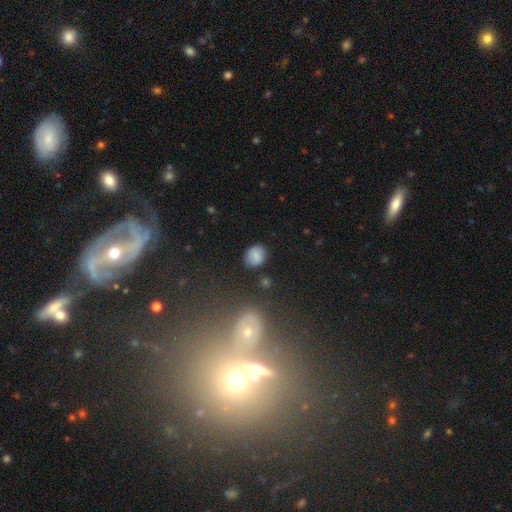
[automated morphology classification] smooth 81%, star or artifact 10%, featured or disk 9%. Down the decision tree: how rounded — round (54%); merging — none (83%).